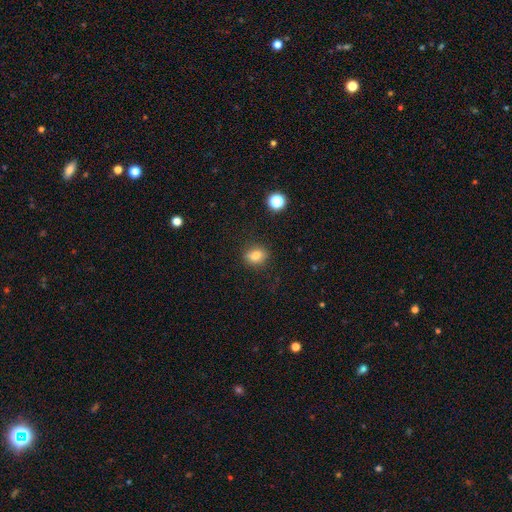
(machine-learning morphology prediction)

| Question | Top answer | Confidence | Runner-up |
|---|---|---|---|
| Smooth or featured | smooth | 77% | star or artifact (12%) |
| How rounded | in between | 50% | round (49%) |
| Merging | none | 85% | minor disturbance (11%) |